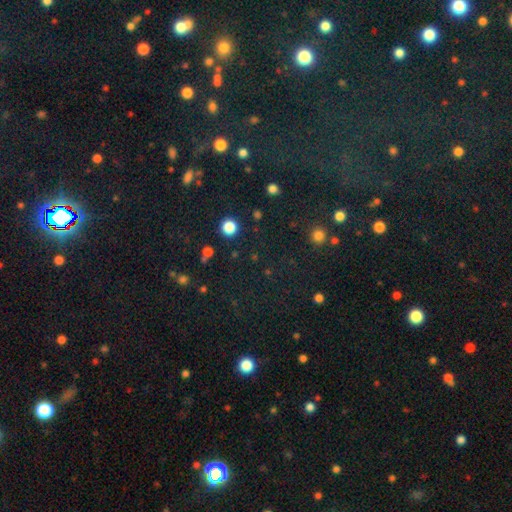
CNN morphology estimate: This is likely a star or artifact rather than a galaxy (72%).